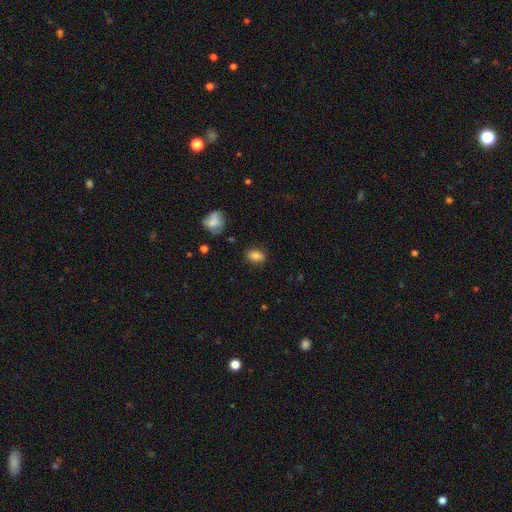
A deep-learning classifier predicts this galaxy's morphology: Q: Smooth or featured?
A: smooth (80%); runner-up: star or artifact (10%)
Q: How rounded?
A: in between (70%); runner-up: round (29%)
Q: Merging?
A: none (81%); runner-up: minor disturbance (14%)